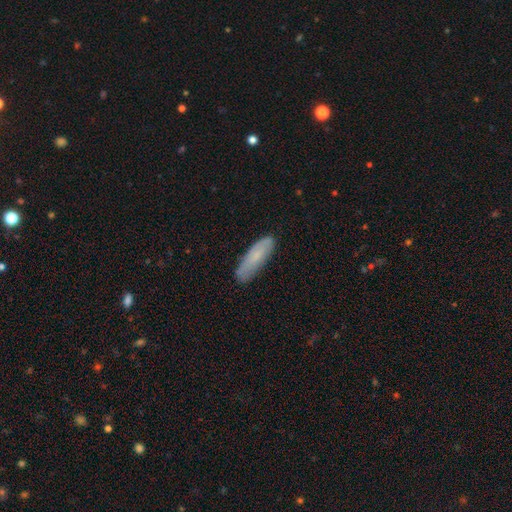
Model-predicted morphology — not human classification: A smooth galaxy with no disk features (72%) that is cigar-shaped (55%).

Vote fractions:
- Smooth or featured? smooth: 72% / featured or disk: 21% / star or artifact: 7%
- How rounded? cigar-shaped: 55% / in between: 43% / round: 2%
- Merging? none: 81% / minor disturbance: 15% / major disturbance: 3% / merger: 1%